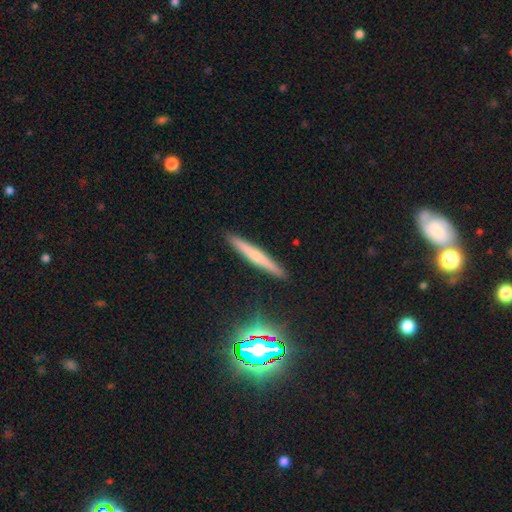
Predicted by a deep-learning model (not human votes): The model was most divided on "smooth or featured": featured or disk: 45%, smooth: 43%, star or artifact: 12%. More confident: merging — none (92%).